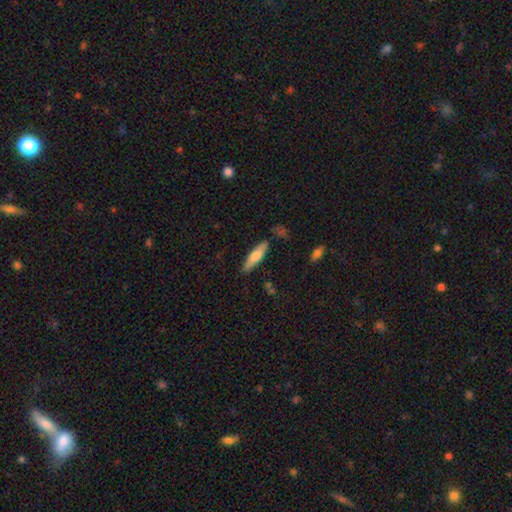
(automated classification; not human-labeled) Overall: smooth (68%). How rounded: cigar-shaped (72%). Merging: none (84%).